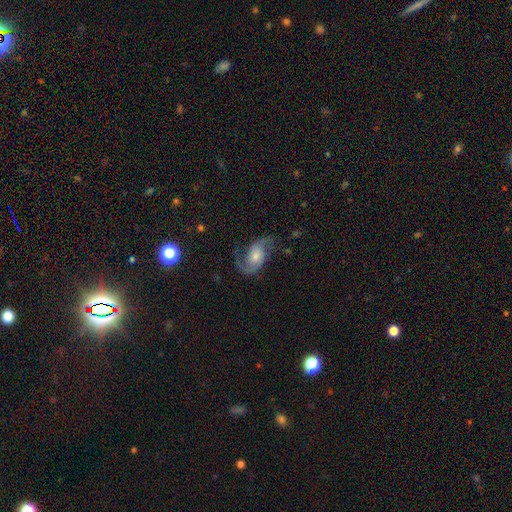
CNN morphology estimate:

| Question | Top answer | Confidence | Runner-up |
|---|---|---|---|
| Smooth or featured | featured or disk | 80% | smooth (14%) |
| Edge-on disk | no | 97% | yes (3%) |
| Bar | no | 61% | weak (31%) |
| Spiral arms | yes | 95% | no (5%) |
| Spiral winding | loose | 52% | medium (39%) |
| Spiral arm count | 2 | 89% | 1 (6%) |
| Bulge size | moderate | 41% | small (37%) |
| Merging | none | 64% | minor disturbance (18%) |